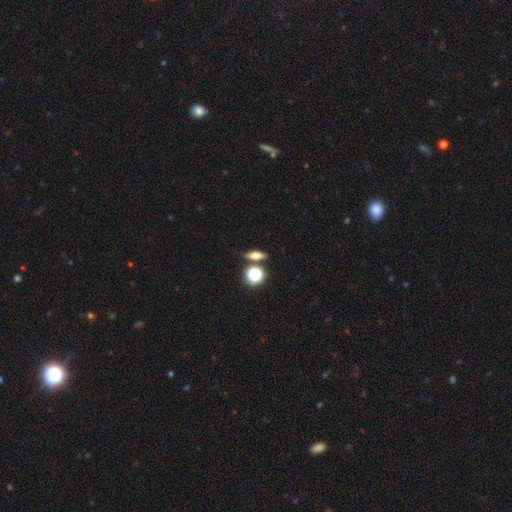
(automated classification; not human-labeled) Morphology: type=smooth (58%); roundness=in between (45%); merging=none (76%).